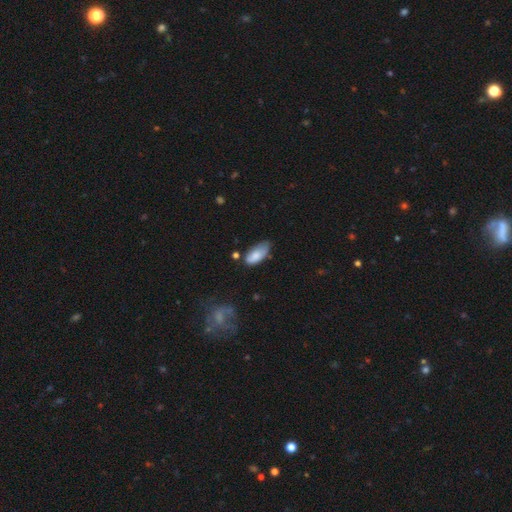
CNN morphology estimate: Overall: smooth (81%). How rounded: in between (88%). Merging: none (48%; minor disturbance 38%).